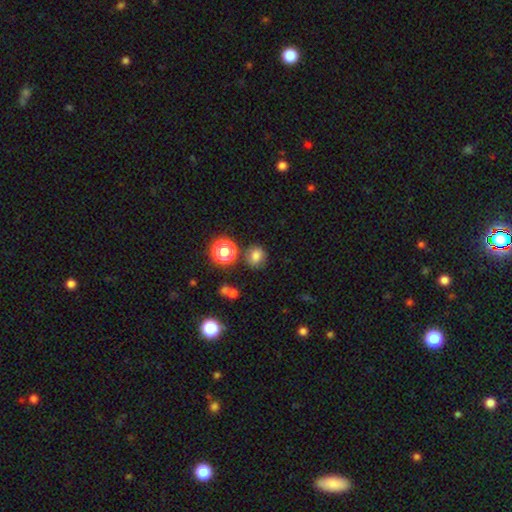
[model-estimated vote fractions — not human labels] A smooth galaxy with no disk features (75%) that is round (73%).

Vote fractions:
- Smooth or featured? smooth: 75% / star or artifact: 17% / featured or disk: 8%
- How rounded? round: 73% / in between: 26% / cigar-shaped: 1%
- Merging? none: 77% / minor disturbance: 12% / merger: 7% / major disturbance: 4%